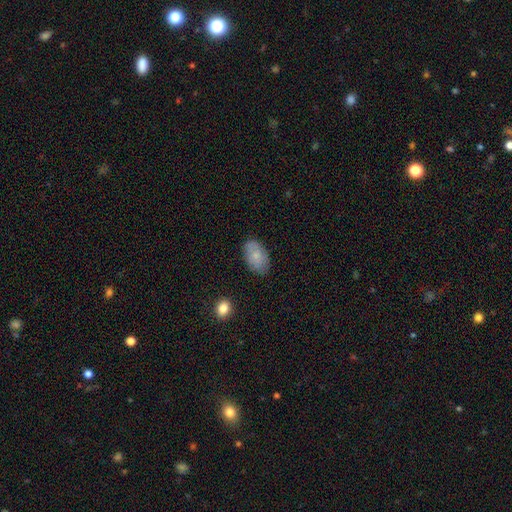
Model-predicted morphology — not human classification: Smooth or featured? smooth (76%)
How rounded? in between (93%)
Merging? none (79%)